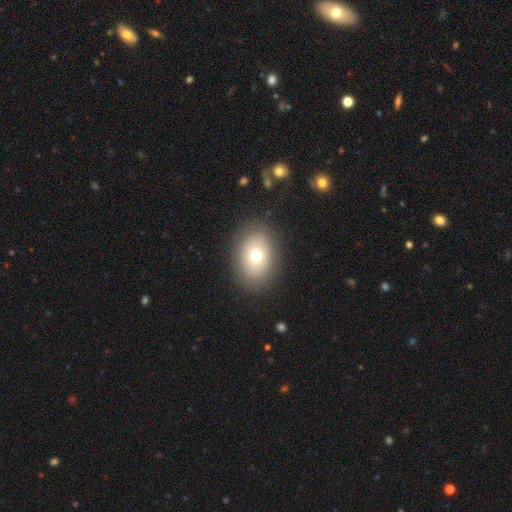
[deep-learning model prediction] This appears to be a smooth galaxy with no disk features (69%) that is in between round and cigar-shaped (75%). Merging: none (85%).